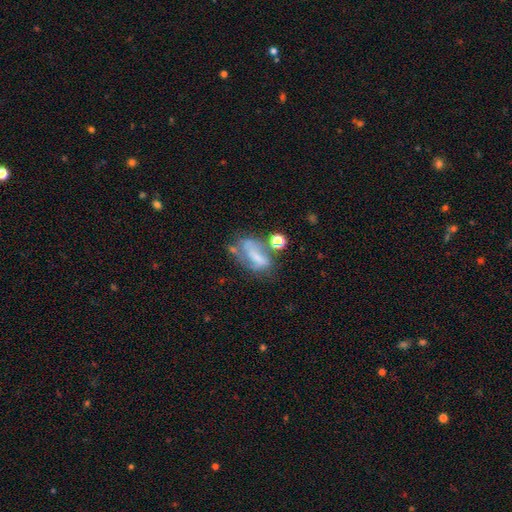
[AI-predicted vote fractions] Q: Smooth or featured?
A: featured or disk (51%); runner-up: smooth (35%)
Q: Edge-on disk?
A: no (93%); runner-up: yes (7%)
Q: Merging?
A: major disturbance (29%); tied with: none (29%)